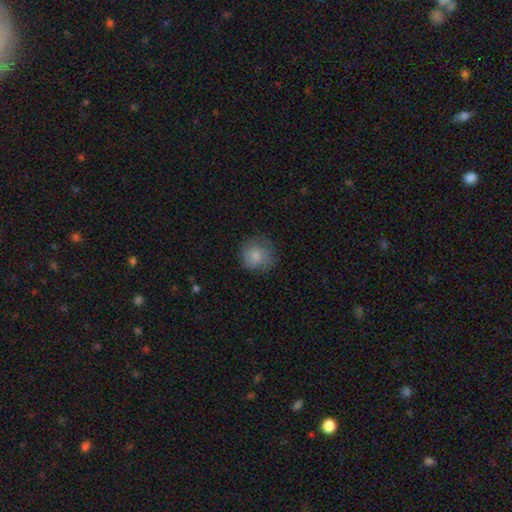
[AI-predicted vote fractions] A smooth galaxy with no disk features (81%) that is round (88%).

Vote fractions:
- Smooth or featured? smooth: 81% / featured or disk: 11% / star or artifact: 8%
- How rounded? round: 88% / in between: 11% / cigar-shaped: 1%
- Merging? none: 71% / minor disturbance: 20% / major disturbance: 8% / merger: 1%